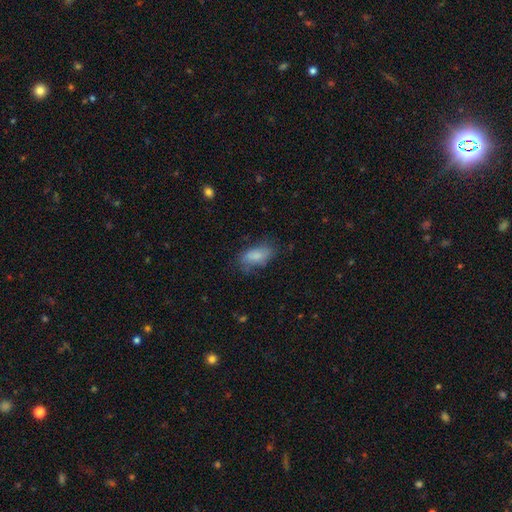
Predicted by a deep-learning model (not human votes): Smooth or featured? Predicted: smooth (p=0.79). How rounded? Predicted: in between (p=0.90). Merging? Predicted: none (p=0.61).